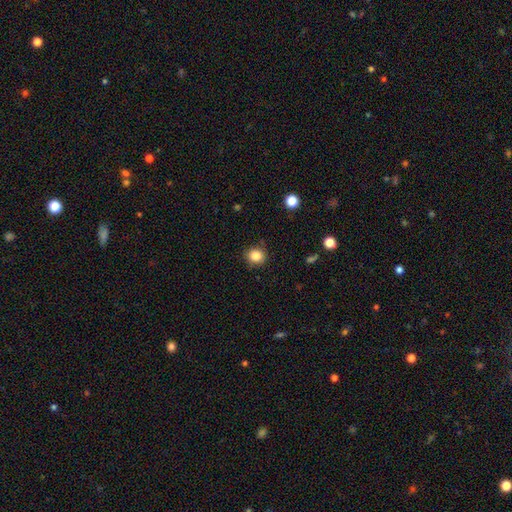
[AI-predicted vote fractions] Smooth or featured: smooth — 86% (star or artifact — 10%)
How rounded: round — 81% (in between — 18%)
Merging: none — 85% (minor disturbance — 10%)